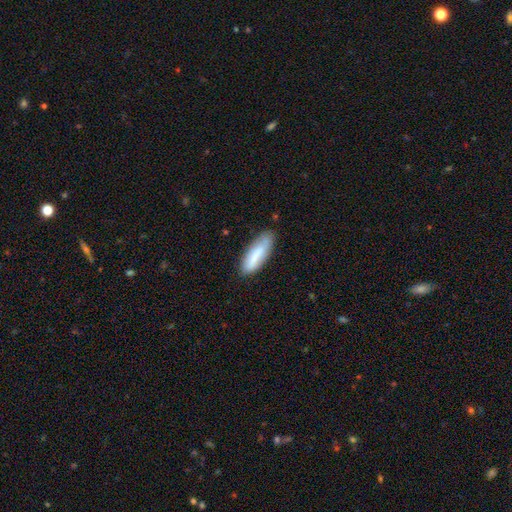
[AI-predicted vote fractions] A smooth galaxy with no disk features (74%) that is in between round and cigar-shaped (56%).

Vote fractions:
- Smooth or featured? smooth: 74% / featured or disk: 19% / star or artifact: 6%
- How rounded? in between: 56% / cigar-shaped: 42% / round: 2%
- Merging? none: 72% / minor disturbance: 21% / major disturbance: 4% / merger: 2%